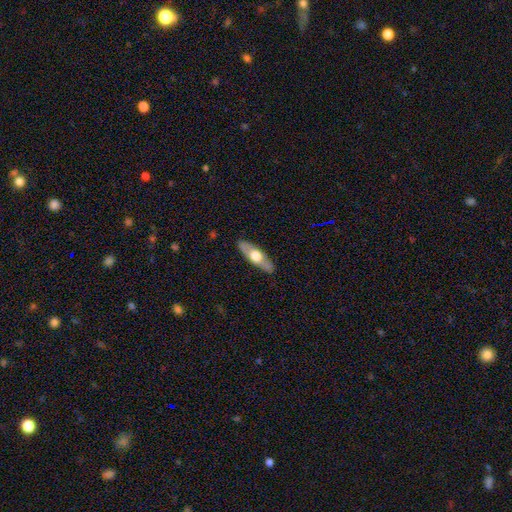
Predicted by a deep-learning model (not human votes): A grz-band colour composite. It shows a featured or disk galaxy (50%) viewed edge-on (71%). Merging: none (88%).